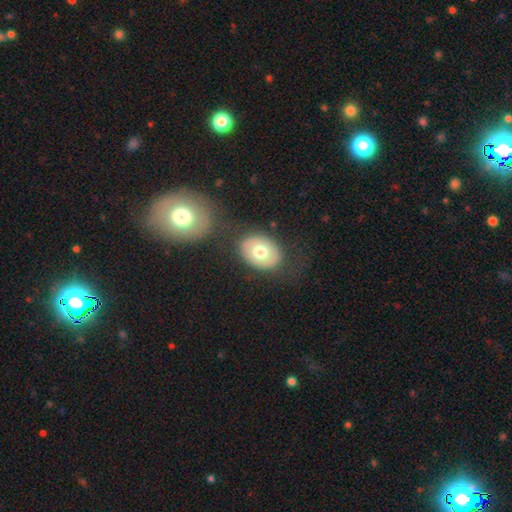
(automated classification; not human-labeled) The model was most divided on "how rounded": in between: 61%, round: 38%, cigar-shaped: 1%. More confident: merging — none (66%); smooth or featured — smooth (57%).